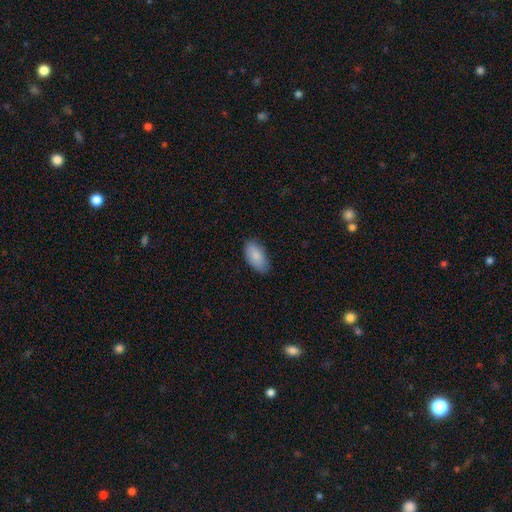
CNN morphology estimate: Smooth or featured?
  - smooth: 87% *
  - featured or disk: 7%
  - star or artifact: 6%
How rounded?
  - in between: 94% *
  - cigar-shaped: 4%
  - round: 2%
Merging?
  - none: 82% *
  - minor disturbance: 15%
  - major disturbance: 3%
  - merger: 1%